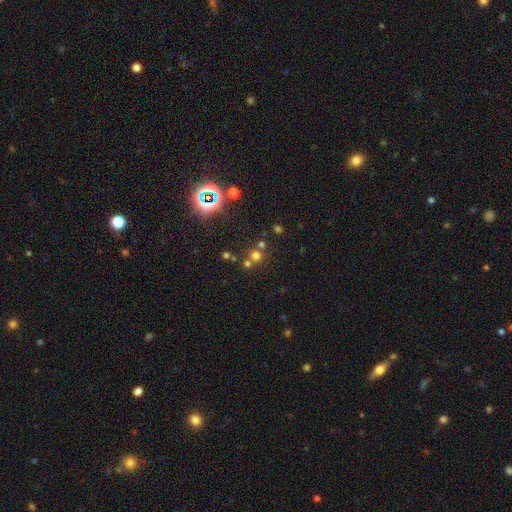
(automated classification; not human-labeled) Morphology: type=smooth (55%); roundness=round (90%); merging=none (61%).